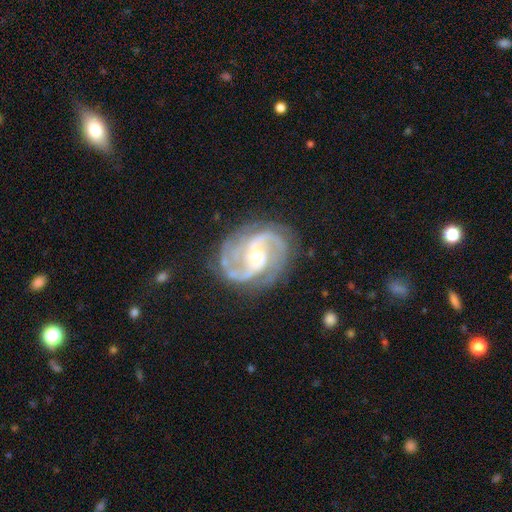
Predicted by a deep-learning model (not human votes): Smooth or featured?
  - featured or disk: 92% *
  - star or artifact: 5%
  - smooth: 3%
Edge-on disk?
  - no: 98% *
  - yes: 2%
Bar?
  - weak: 43% *
  - no: 40%
  - strong: 17%
Spiral arms?
  - yes: 98% *
  - no: 2%
Spiral winding?
  - medium: 57% *
  - tight: 26%
  - loose: 18%
Spiral arm count?
  - 2: 76% *
  - 3: 12%
  - can't tell: 5%
  - 4: 3%
  - 1: 3%
  - more than 4: 2%
Bulge size?
  - small: 52% *
  - moderate: 44%
  - large: 2%
  - none: 1%
  - dominant: 1%
Merging?
  - none: 77% *
  - minor disturbance: 15%
  - major disturbance: 7%
  - merger: 2%